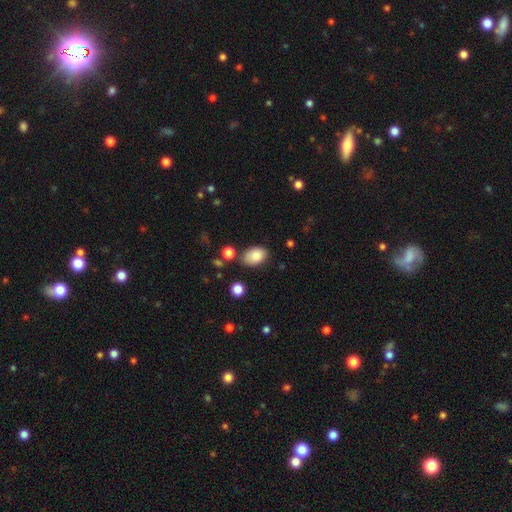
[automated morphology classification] A smooth galaxy with no disk features (85%) that is in between round and cigar-shaped (87%). Merging: none (76%).